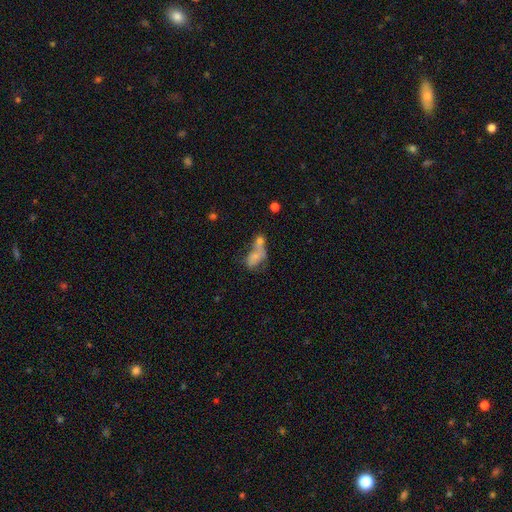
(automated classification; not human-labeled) smooth 63%, featured or disk 26%, star or artifact 11%. Down the decision tree: how rounded — in between (78%); merging — merger (64%).